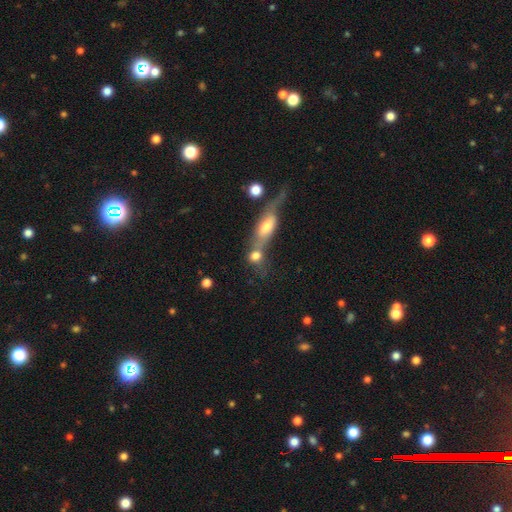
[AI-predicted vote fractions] This appears to be a smooth galaxy with no disk features (70%) that is in between round and cigar-shaped (46%). Merging: merger (53%).